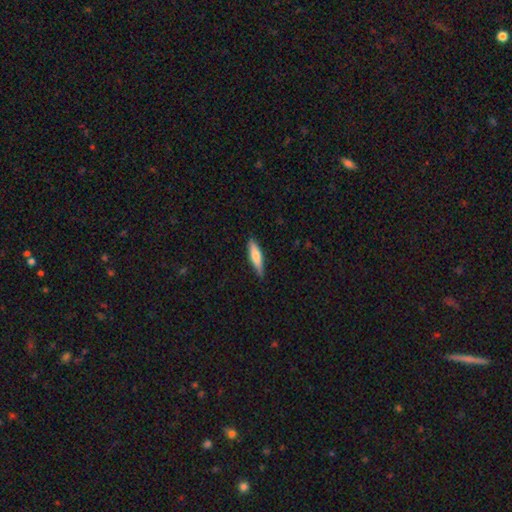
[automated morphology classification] A smooth galaxy with no disk features (65%) that is cigar-shaped (75%). Merging: none (83%).